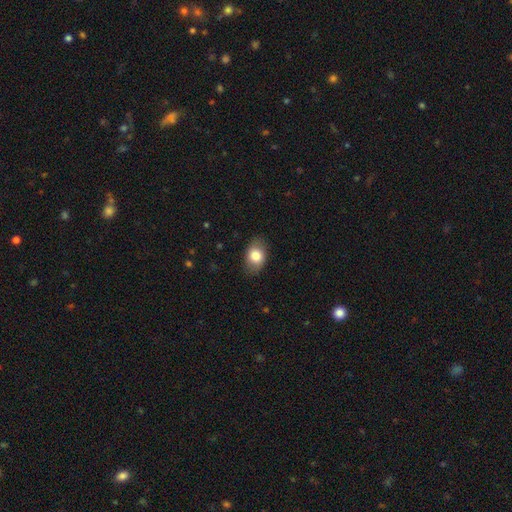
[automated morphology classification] A smooth galaxy with no disk features (80%) that is in between round and cigar-shaped (79%). Merging: none (82%).